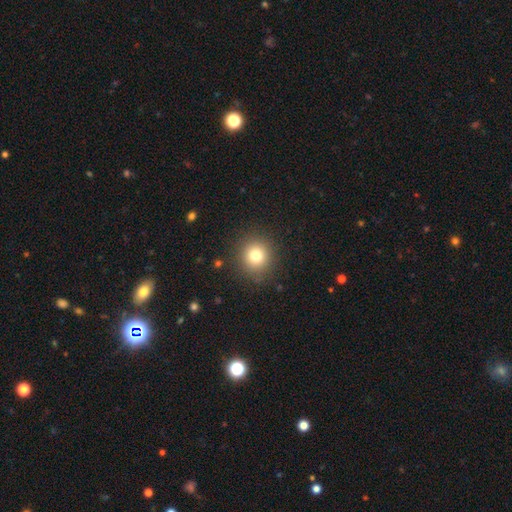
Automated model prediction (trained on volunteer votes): Smooth or featured? smooth (78%)
How rounded? round (92%)
Merging? none (89%)